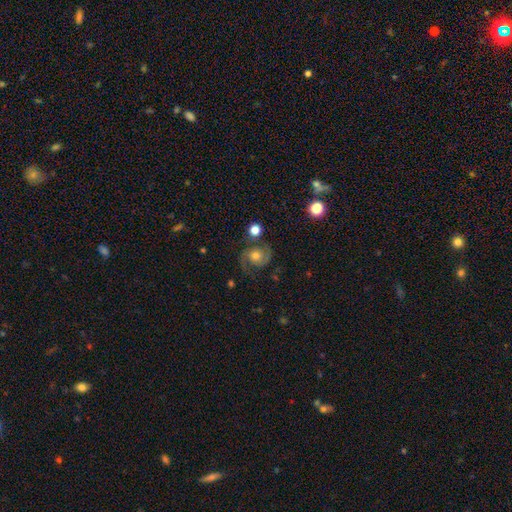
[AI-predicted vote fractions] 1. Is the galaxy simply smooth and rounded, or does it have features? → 76% featured or disk, 15% smooth, 9% star or artifact.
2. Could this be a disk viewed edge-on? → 98% no, 2% yes.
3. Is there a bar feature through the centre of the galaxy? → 74% no, 22% weak, 4% strong.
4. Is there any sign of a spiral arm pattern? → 95% yes, 5% no.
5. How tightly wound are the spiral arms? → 54% medium, 28% tight, 18% loose.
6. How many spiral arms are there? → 91% 2, 3% can't tell, 3% 1, 1% 3, 1% 4, 1% more than 4.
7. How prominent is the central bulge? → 71% moderate, 16% small, 10% large, 2% none, 1% dominant.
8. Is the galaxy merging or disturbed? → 73% none, 15% minor disturbance, 7% major disturbance, 4% merger.